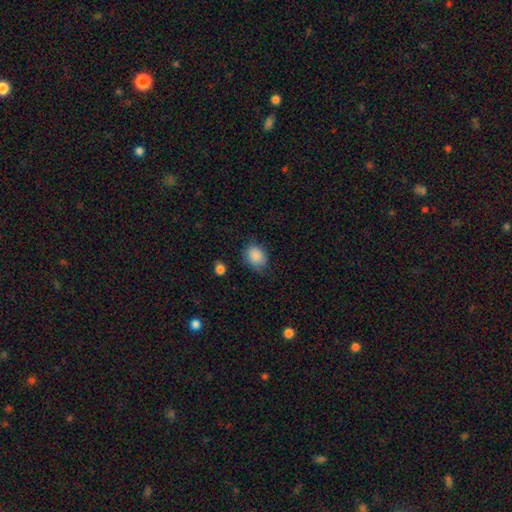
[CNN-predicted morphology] Q: Smooth or featured?
A: smooth (85%); runner-up: star or artifact (8%)
Q: How rounded?
A: in between (52%); runner-up: round (47%)
Q: Merging?
A: none (59%); runner-up: minor disturbance (30%)